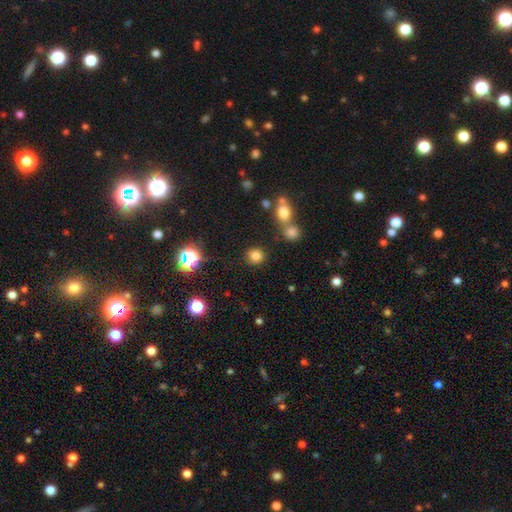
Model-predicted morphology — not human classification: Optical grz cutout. It shows a smooth galaxy with no disk features (78%) that is round (87%). Merging: none (83%).